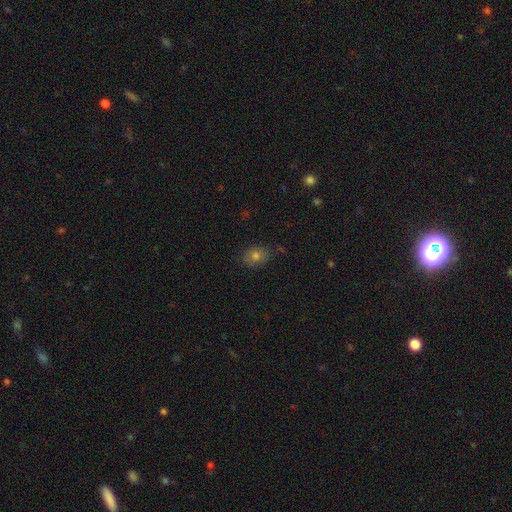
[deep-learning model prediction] Overall: smooth (74%). How rounded: in between (51%; round 47%). Merging: none (79%).